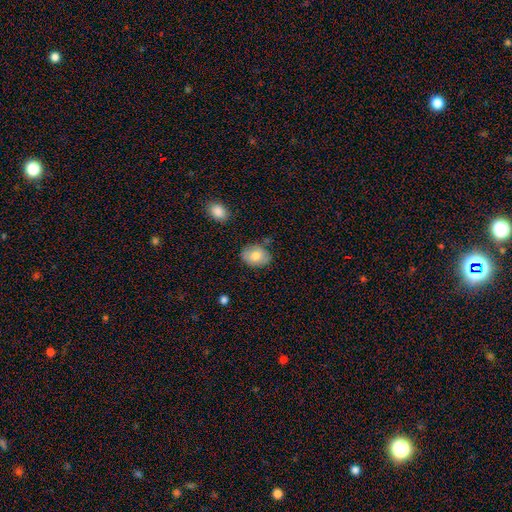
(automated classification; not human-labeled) Smooth or featured? Predicted: smooth (p=0.76). How rounded? Predicted: in between (p=0.63). Merging? Predicted: none (p=0.74).